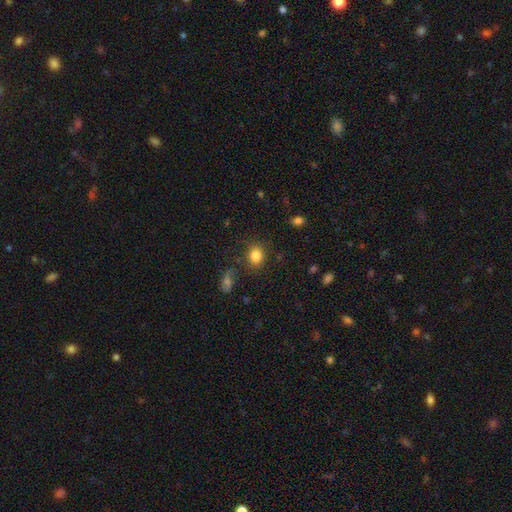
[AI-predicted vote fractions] Overall: smooth (84%). How rounded: round (54%; in between 45%). Merging: none (78%).